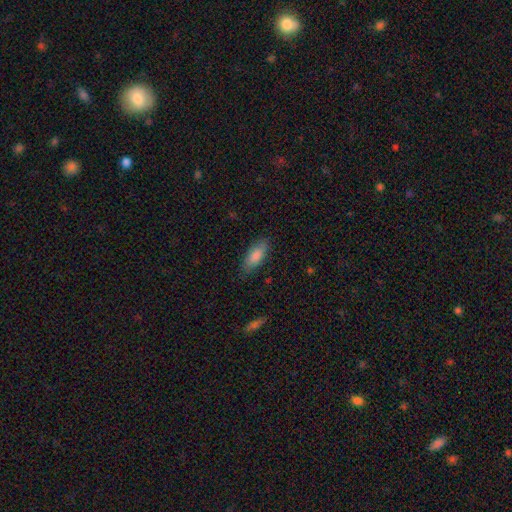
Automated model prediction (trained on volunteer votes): Smooth or featured? Predicted: smooth (p=0.83). How rounded? Predicted: in between (p=0.70). Merging? Predicted: none (p=0.83).